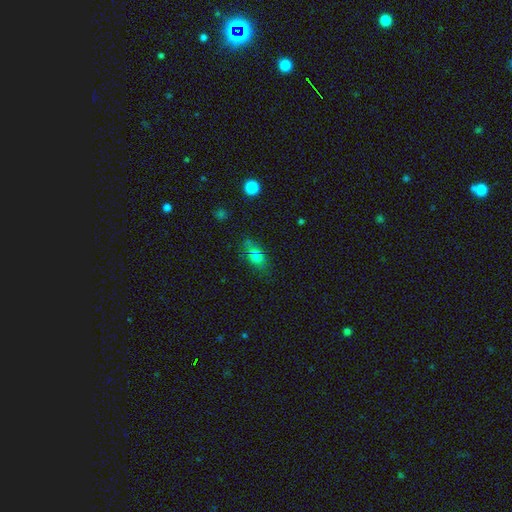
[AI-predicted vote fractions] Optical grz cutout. It shows a smooth galaxy with no disk features (70%) that is in between round and cigar-shaped (72%). Merging: none (65%).